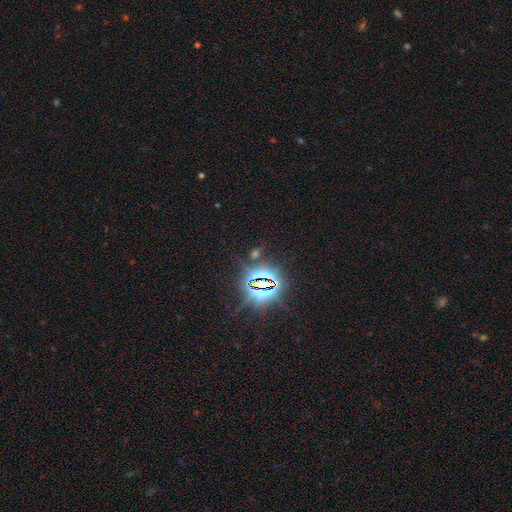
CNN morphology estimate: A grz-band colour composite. It shows a star or artifact, not a galaxy (84%).